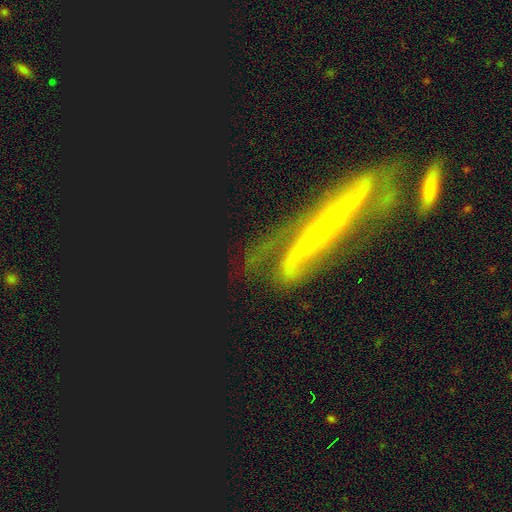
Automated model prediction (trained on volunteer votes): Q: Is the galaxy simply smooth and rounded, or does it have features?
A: featured or disk — 71%.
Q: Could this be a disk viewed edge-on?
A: no — 60%.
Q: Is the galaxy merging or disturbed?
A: none — 53%.